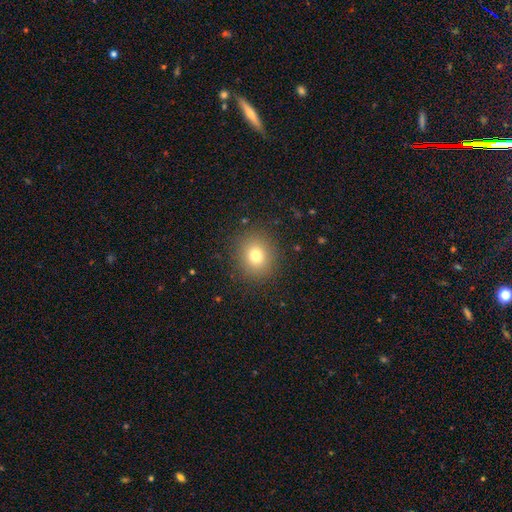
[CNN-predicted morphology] Smooth or featured? Predicted: smooth (p=0.77). How rounded? Predicted: round (p=0.84). Merging? Predicted: none (p=0.89).